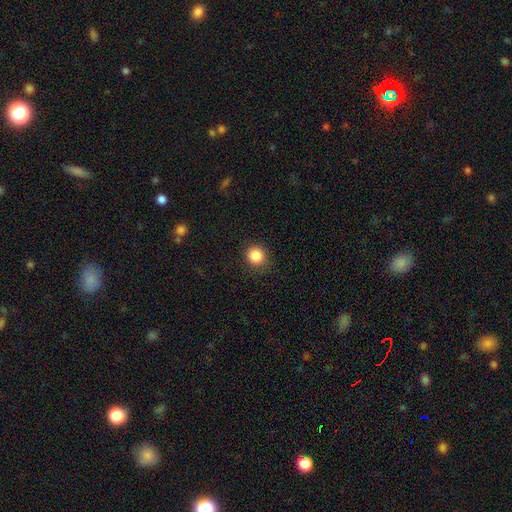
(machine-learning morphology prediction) This is clearly a smooth galaxy (87%). How rounded: clearly round (89%). Merging: clearly none (86%).